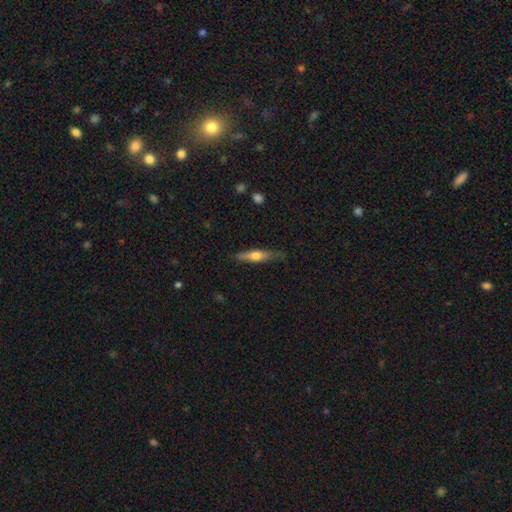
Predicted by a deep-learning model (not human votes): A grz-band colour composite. It shows a smooth galaxy with no disk features (51%) that is cigar-shaped (79%). Merging: none (77%).